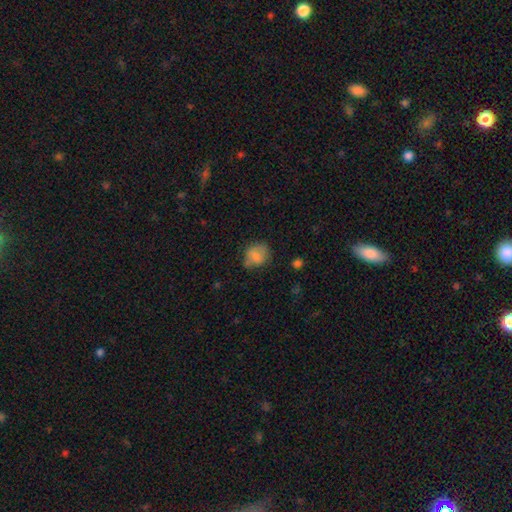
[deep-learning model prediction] smooth_or_featured: smooth (p=0.76) [alt: featured or disk p=0.14]
how_rounded: round (p=0.61) [alt: in between p=0.38]
merging: none (p=0.58) [alt: minor disturbance p=0.28]